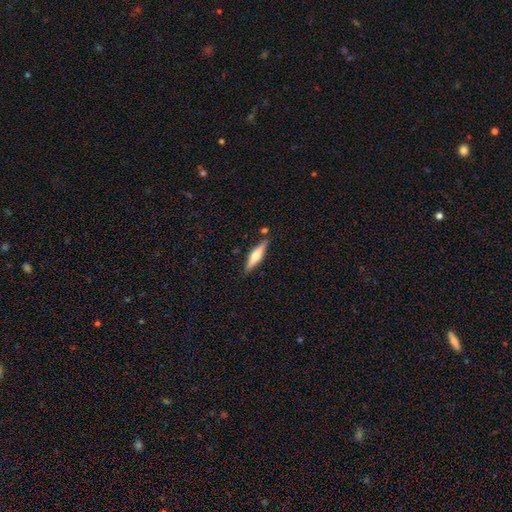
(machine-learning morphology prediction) This is possibly a featured or disk galaxy (54%). It is clearly viewed edge-on (95%). Edge-on bulge: clearly rounded (90%). Merging: clearly none (84%).